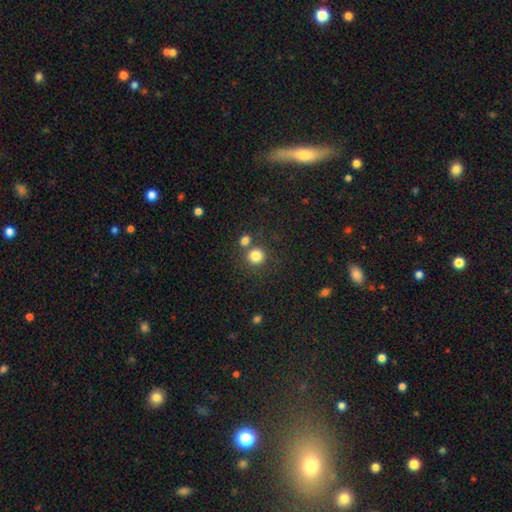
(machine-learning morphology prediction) A smooth galaxy with no disk features (82%) that is round (92%). Merging: none (73%).